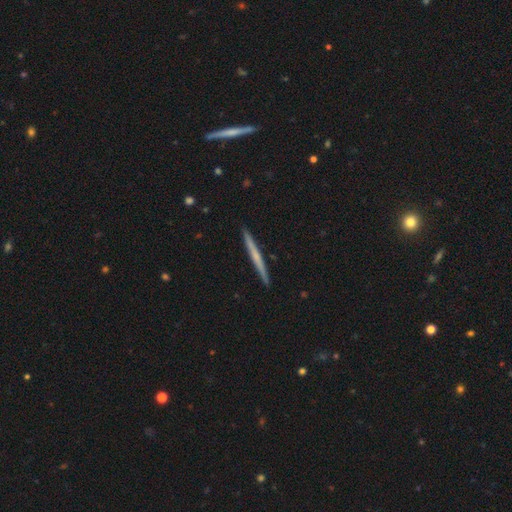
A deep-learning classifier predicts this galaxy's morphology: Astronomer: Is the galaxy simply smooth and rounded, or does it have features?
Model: featured or disk — 53% (runner-up: smooth, 41%).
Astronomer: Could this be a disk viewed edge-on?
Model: yes — 98%.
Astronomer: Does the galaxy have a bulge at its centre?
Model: none — 76%.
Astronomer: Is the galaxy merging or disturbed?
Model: none — 93%.